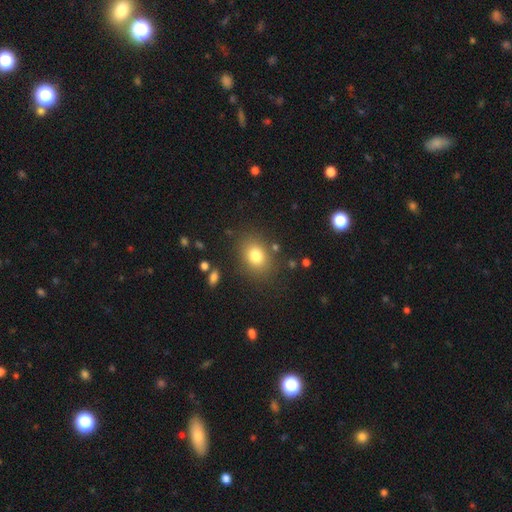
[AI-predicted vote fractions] smooth-or-featured: smooth: 79% | star or artifact: 12% | featured or disk: 9%
  how-rounded: in between: 53% | round: 46% | cigar-shaped: 1%
  merging: none: 83% | minor disturbance: 10% | major disturbance: 4% | merger: 3%